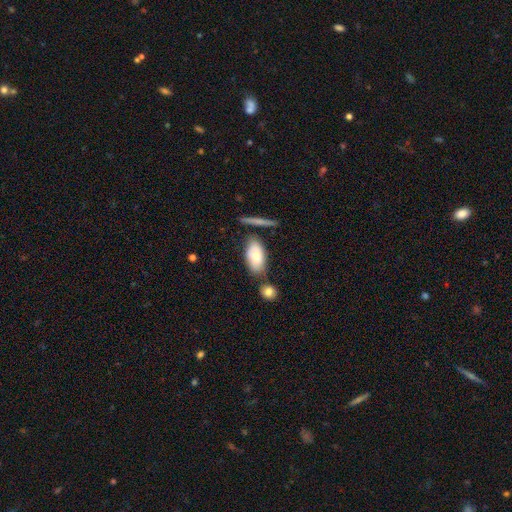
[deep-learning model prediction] The model was most divided on "merging": none: 63%, minor disturbance: 18%, merger: 14%, major disturbance: 5%. More confident: how rounded — in between (90%); smooth or featured — smooth (73%).